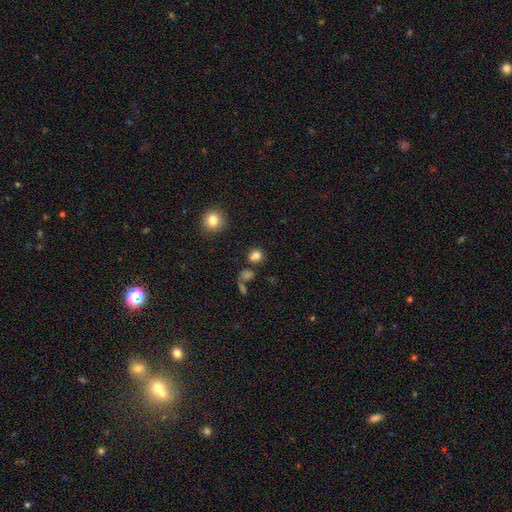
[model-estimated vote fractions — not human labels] Smooth or featured? Predicted: smooth (p=0.80). How rounded? Predicted: round (p=0.84). Merging? Predicted: none (p=0.67).